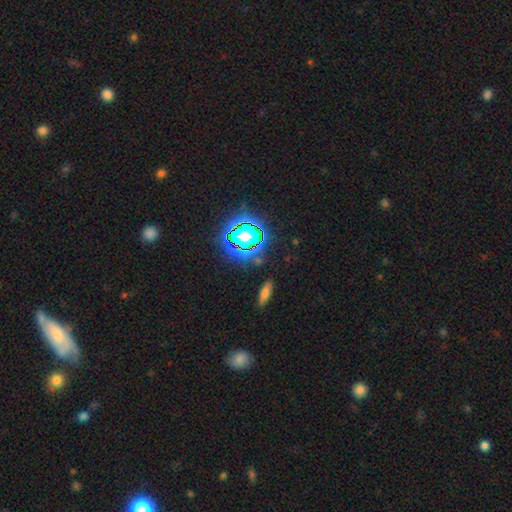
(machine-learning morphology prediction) Smooth or featured: star or artifact — 77% (smooth — 14%)